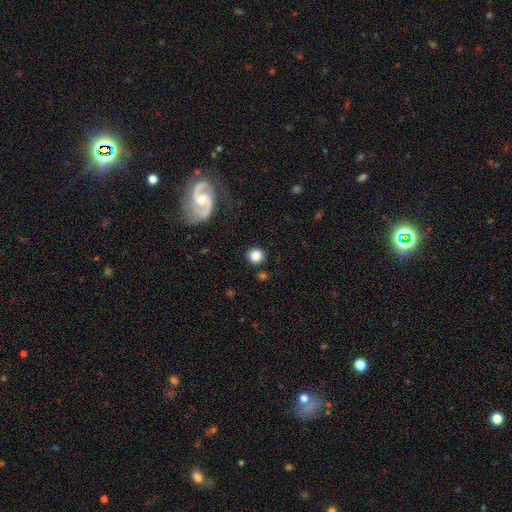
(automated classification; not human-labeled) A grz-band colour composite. It shows a smooth galaxy with no disk features (81%) that is round (89%). Merging: none (84%).